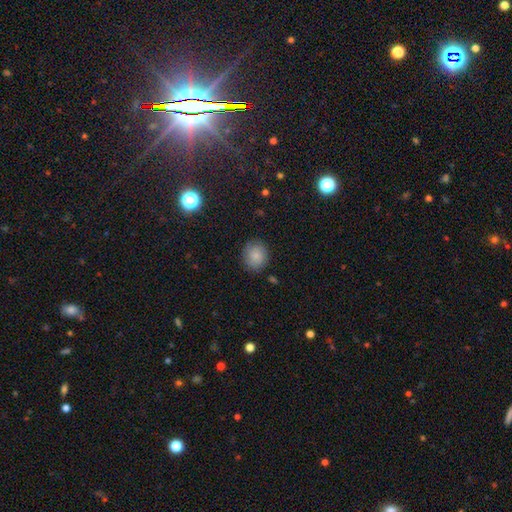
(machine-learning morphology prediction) This is clearly a smooth galaxy (81%). How rounded: likely round (79%). Merging: clearly none (85%).